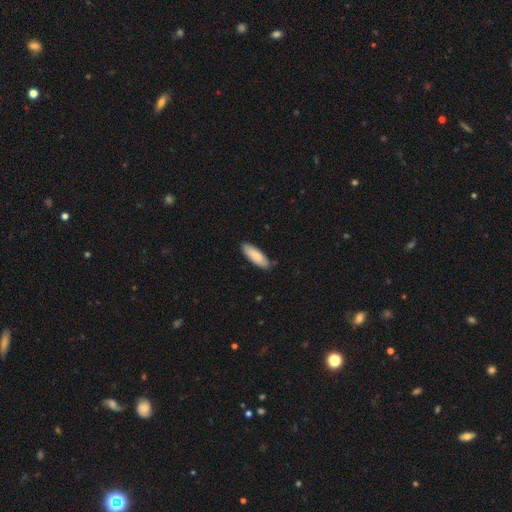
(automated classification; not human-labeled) Q: Smooth or featured?
A: smooth (83%); runner-up: featured or disk (12%)
Q: How rounded?
A: in between (60%); runner-up: cigar-shaped (38%)
Q: Merging?
A: none (84%); runner-up: minor disturbance (12%)